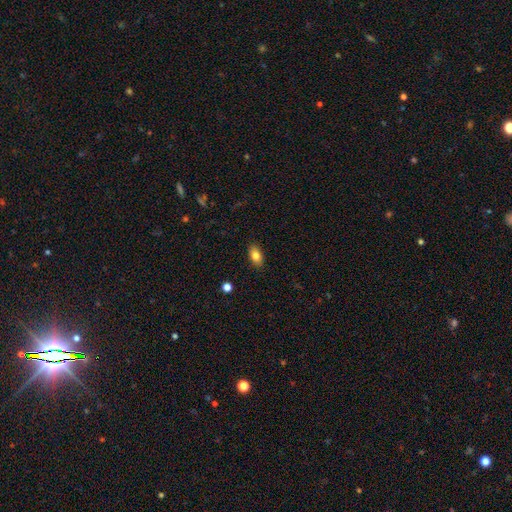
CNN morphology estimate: smooth-or-featured: smooth: 81% | featured or disk: 11% | star or artifact: 9%
  how-rounded: in between: 89% | round: 7% | cigar-shaped: 5%
  merging: none: 88% | minor disturbance: 9% | major disturbance: 2% | merger: 1%